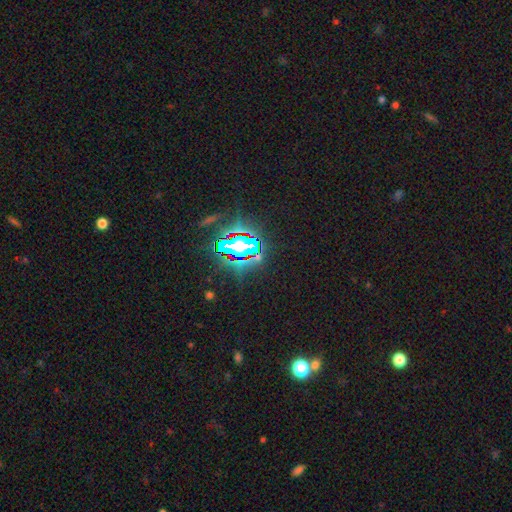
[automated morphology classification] A star or artifact, not a galaxy (78%).

Vote fractions:
- Smooth or featured? star or artifact: 78% / smooth: 12% / featured or disk: 10%